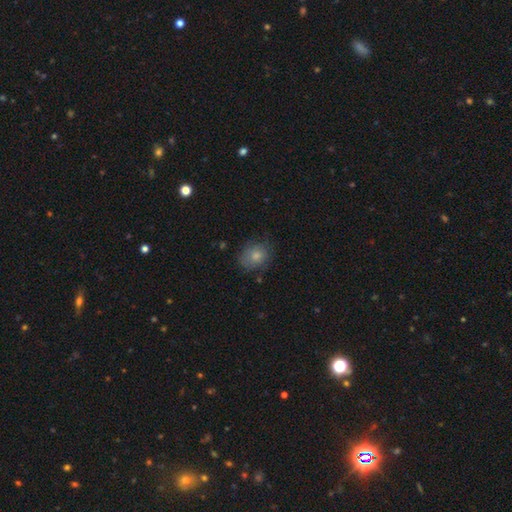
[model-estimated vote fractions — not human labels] Overall: smooth (78%). How rounded: round (53%; in between 46%). Merging: none (69%).